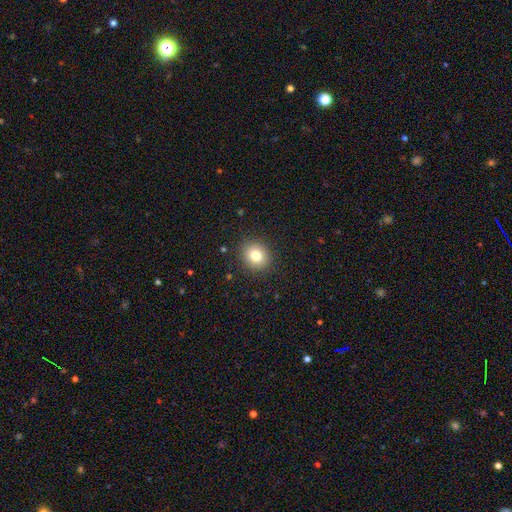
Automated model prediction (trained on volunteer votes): Overall: smooth (80%). How rounded: round (74%). Merging: none (89%).